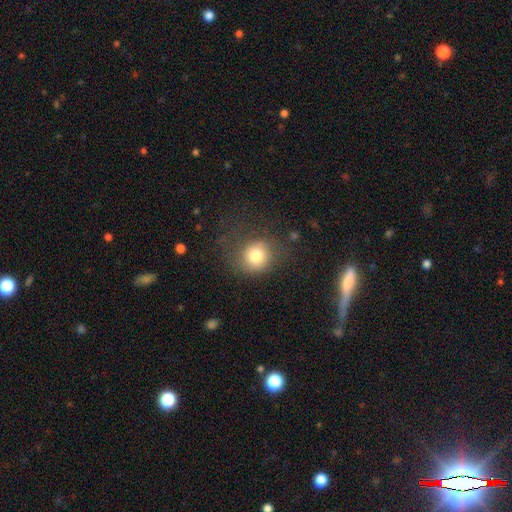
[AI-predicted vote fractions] A smooth galaxy with no disk features (78%) that is round (81%).

Vote fractions:
- Smooth or featured? smooth: 78% / featured or disk: 11% / star or artifact: 11%
- How rounded? round: 81% / in between: 18% / cigar-shaped: 1%
- Merging? none: 67% / minor disturbance: 18% / major disturbance: 14% / merger: 2%